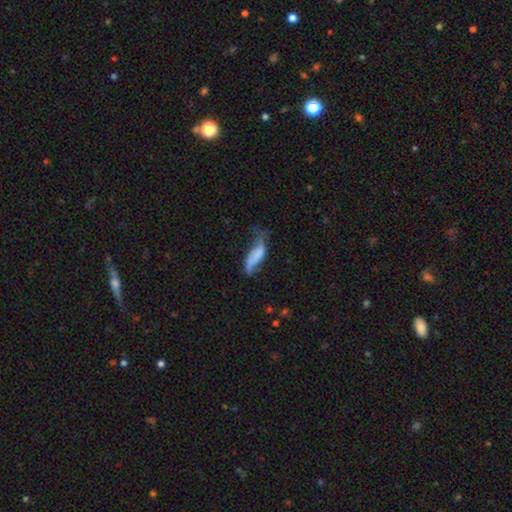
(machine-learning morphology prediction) Smooth or featured? smooth (52%)
How rounded? in between (58%)
Merging? major disturbance (33%)